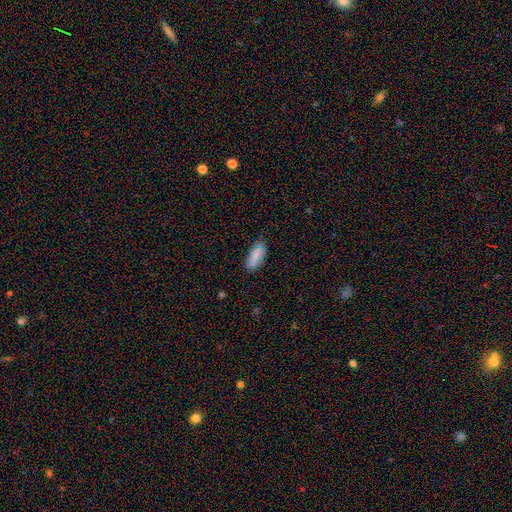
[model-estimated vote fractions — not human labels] Smooth or featured? Predicted: smooth (p=0.80). How rounded? Predicted: in between (p=0.81). Merging? Predicted: none (p=0.72).